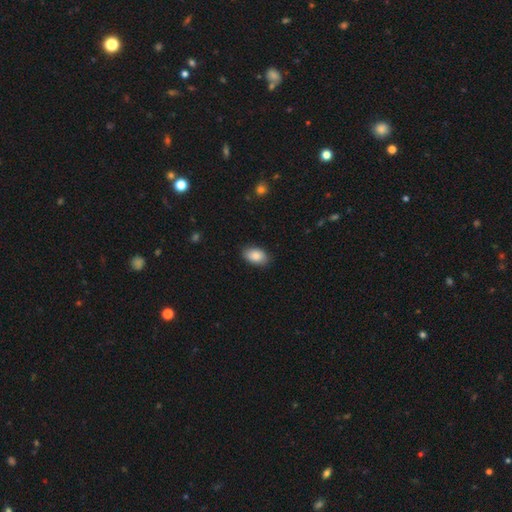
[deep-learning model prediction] Smooth or featured?
  - smooth: 87% *
  - star or artifact: 7%
  - featured or disk: 6%
How rounded?
  - in between: 92% *
  - round: 7%
  - cigar-shaped: 1%
Merging?
  - none: 86% *
  - minor disturbance: 10%
  - major disturbance: 2%
  - merger: 1%